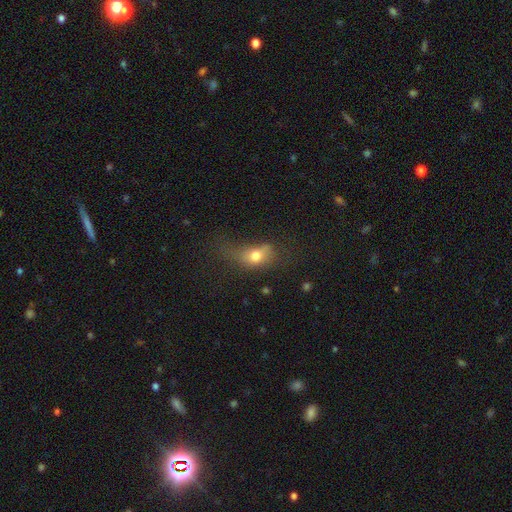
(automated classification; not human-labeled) This is likely a smooth galaxy (69%). How rounded: likely in between (72%). Merging: marginally major disturbance (39%).